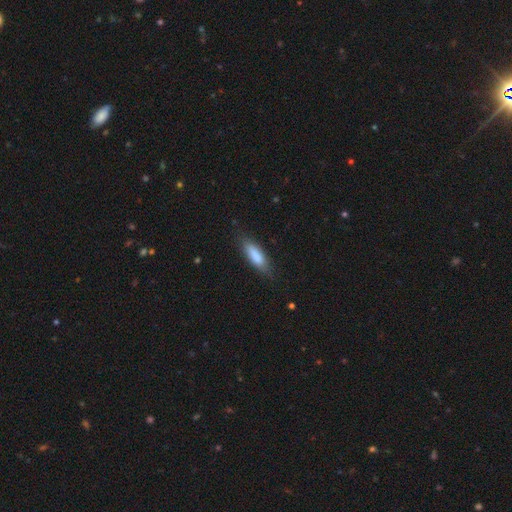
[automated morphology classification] Smooth or featured? Predicted: smooth (p=0.84). How rounded? Predicted: in between (p=0.55). Merging? Predicted: none (p=0.79).